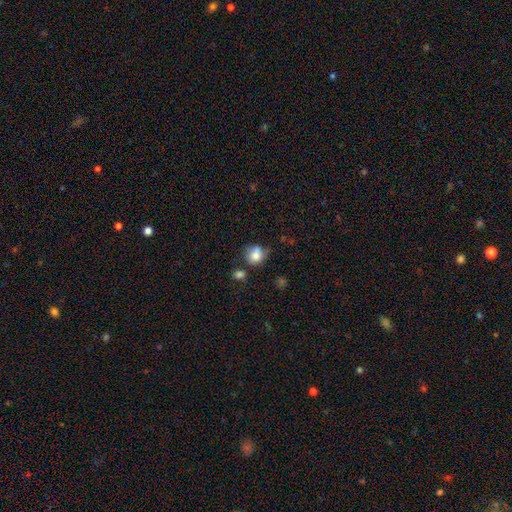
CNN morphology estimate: This appears to be a smooth galaxy with no disk features (79%) that is round (70%). Merging: none (49%).